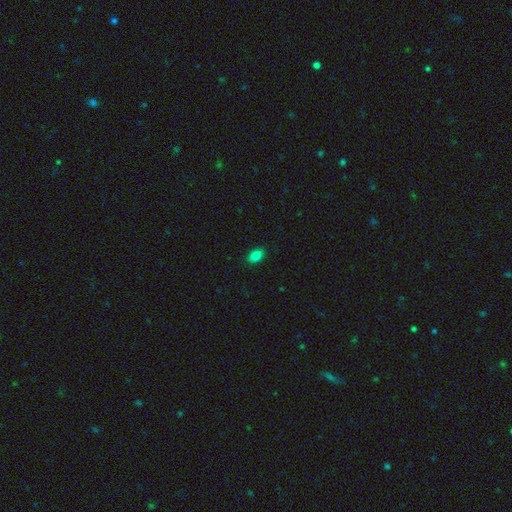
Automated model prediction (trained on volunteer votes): Morphology: type=smooth (84%); roundness=in between (85%); merging=none (88%).